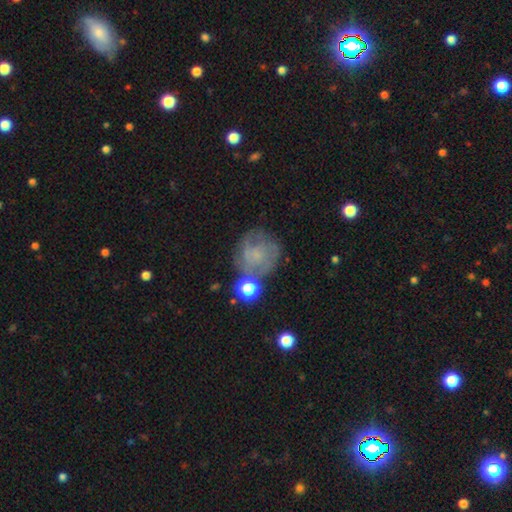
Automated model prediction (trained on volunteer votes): This is possibly a featured or disk galaxy (54%). It is clearly not viewed edge-on (98%). Bar: likely no (77%). Spiral arm pattern: likely yes (73%). Central bulge: possibly small (50%). Merging: possibly none (57%).